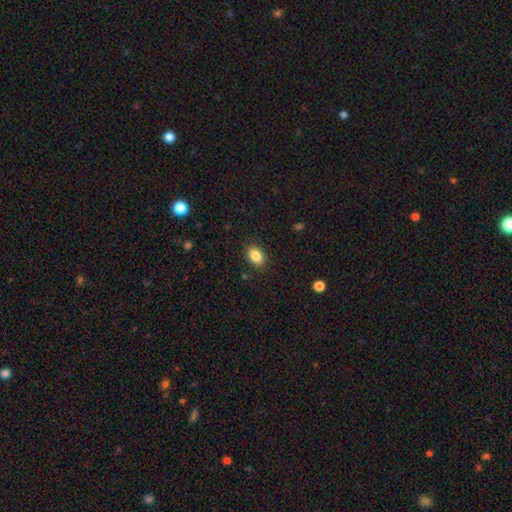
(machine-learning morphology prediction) The model was most divided on "how rounded": in between: 85%, round: 13%, cigar-shaped: 1%. More confident: merging — none (87%); smooth or featured — smooth (86%).